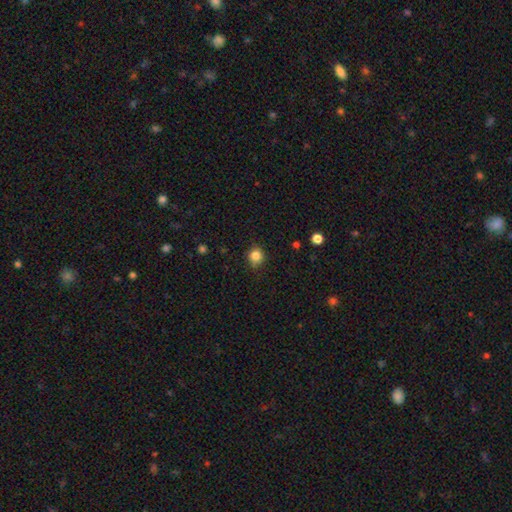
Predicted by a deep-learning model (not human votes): Smooth or featured?
  - smooth: 84% *
  - star or artifact: 11%
  - featured or disk: 4%
How rounded?
  - round: 87% *
  - in between: 12%
  - cigar-shaped: 1%
Merging?
  - none: 81% *
  - minor disturbance: 15%
  - major disturbance: 3%
  - merger: 2%